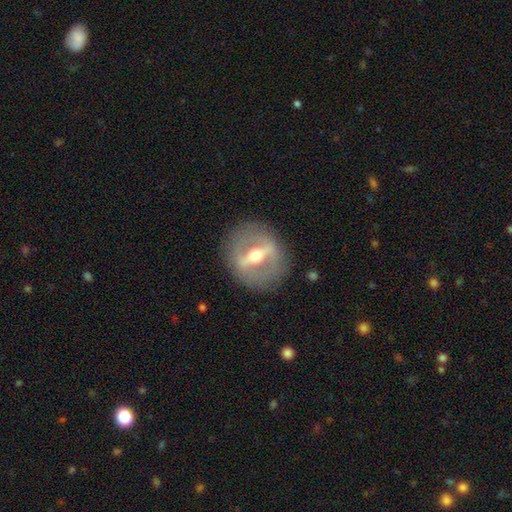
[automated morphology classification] Smooth or featured?
  - featured or disk: 81% *
  - smooth: 14%
  - star or artifact: 6%
Edge-on disk?
  - no: 70% *
  - yes: 30%
Bar?
  - strong: 82% *
  - weak: 13%
  - no: 5%
Spiral arms?
  - no: 82% *
  - yes: 18%
Bulge size?
  - moderate: 75% *
  - small: 12%
  - large: 11%
  - dominant: 1%
  - none: 1%
Merging?
  - none: 86% *
  - minor disturbance: 9%
  - major disturbance: 5%
  - merger: 1%